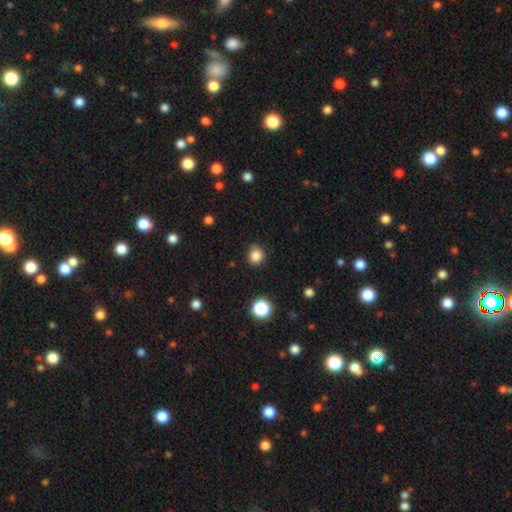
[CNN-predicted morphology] Smooth or featured: smooth — 83% (star or artifact — 12%)
How rounded: round — 83% (in between — 16%)
Merging: none — 80% (minor disturbance — 15%)